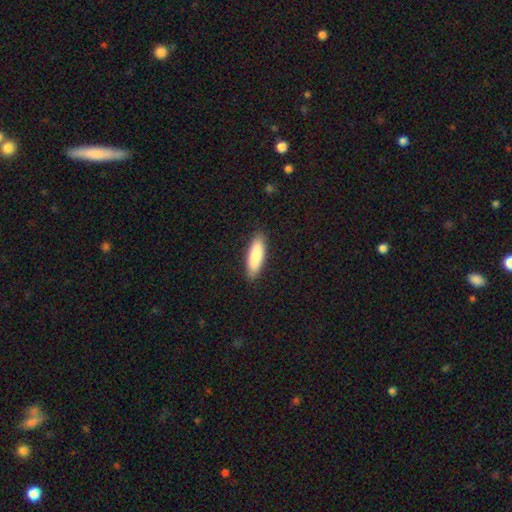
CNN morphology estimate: type=smooth (86%); roundness=in between (54%); merging=none (88%).